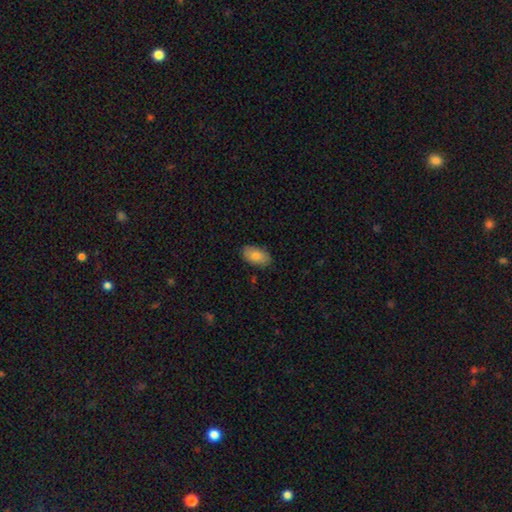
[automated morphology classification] This appears to be a smooth galaxy with no disk features (81%) that is in between round and cigar-shaped (94%). Merging: none (85%).